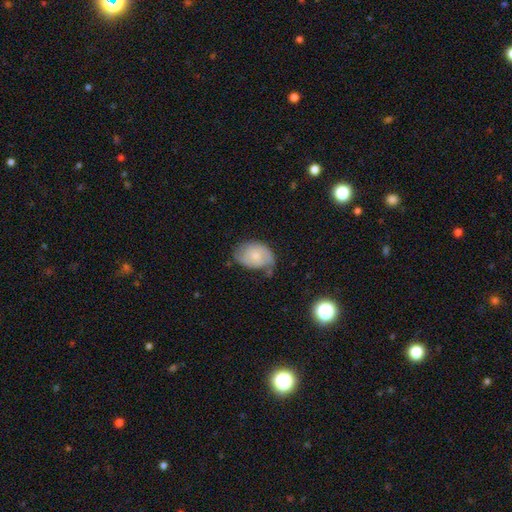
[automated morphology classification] featured or disk 47%, smooth 46%, star or artifact 7%. Down the decision tree: merging — none (51%).